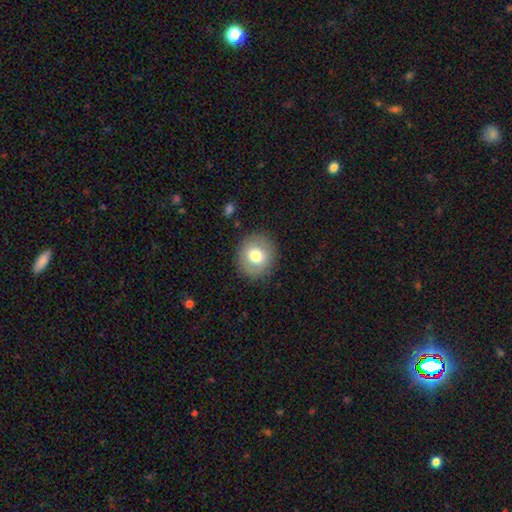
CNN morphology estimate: Q: Smooth or featured?
A: smooth (74%); runner-up: featured or disk (17%)
Q: How rounded?
A: round (85%); runner-up: in between (14%)
Q: Merging?
A: none (87%); runner-up: minor disturbance (8%)